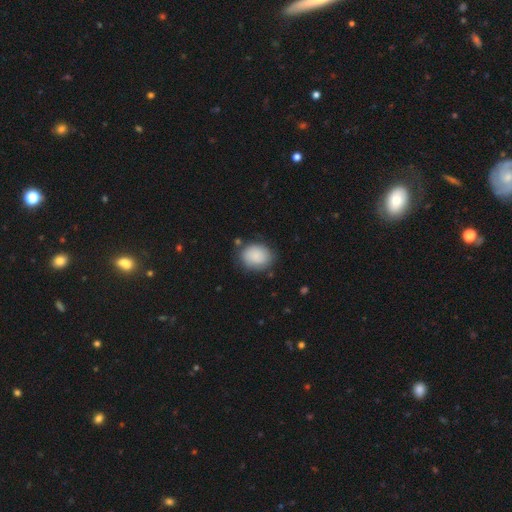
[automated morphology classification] Smooth or featured? smooth (85%)
How rounded? in between (53%)
Merging? none (76%)